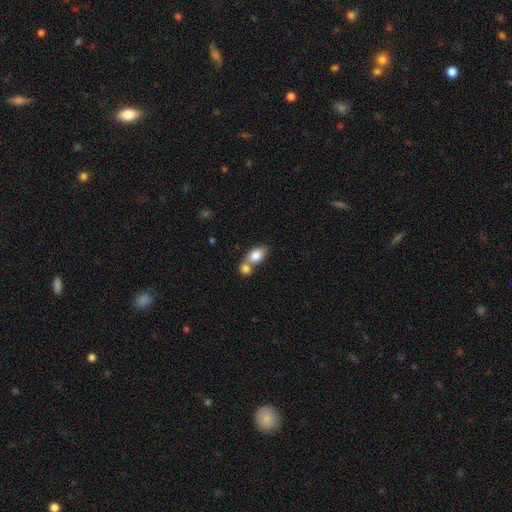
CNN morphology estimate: smooth-or-featured: smooth: 80% | featured or disk: 13% | star or artifact: 7%
  how-rounded: in between: 78% | round: 18% | cigar-shaped: 4%
  merging: merger: 58% | none: 31% | minor disturbance: 8% | major disturbance: 3%